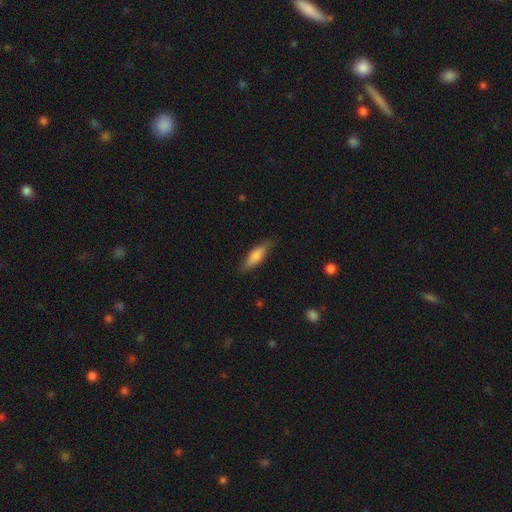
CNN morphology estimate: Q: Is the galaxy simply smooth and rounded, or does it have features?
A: smooth — 73%.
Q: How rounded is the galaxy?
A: cigar-shaped — 51%.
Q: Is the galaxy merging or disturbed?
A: none — 79%.